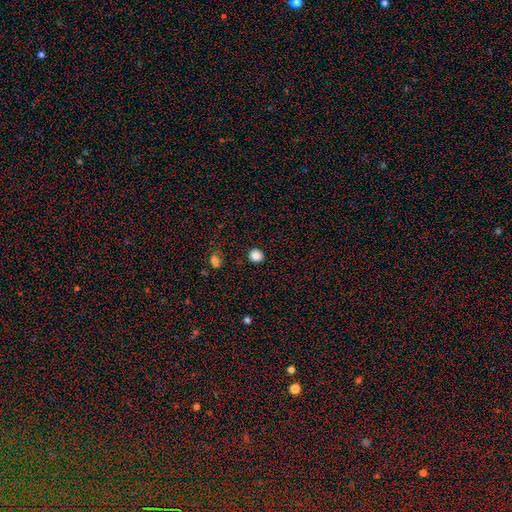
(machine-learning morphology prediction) This appears to be a smooth galaxy with no disk features (86%) that is round (87%). Merging: none (91%).